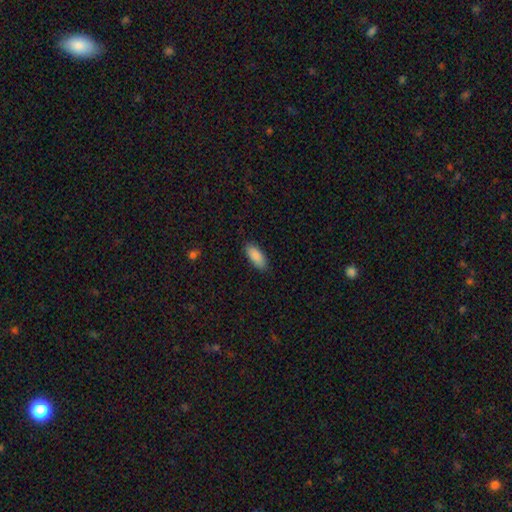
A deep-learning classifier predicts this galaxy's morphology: Smooth or featured? Predicted: smooth (p=0.89). How rounded? Predicted: in between (p=0.83). Merging? Predicted: none (p=0.87).